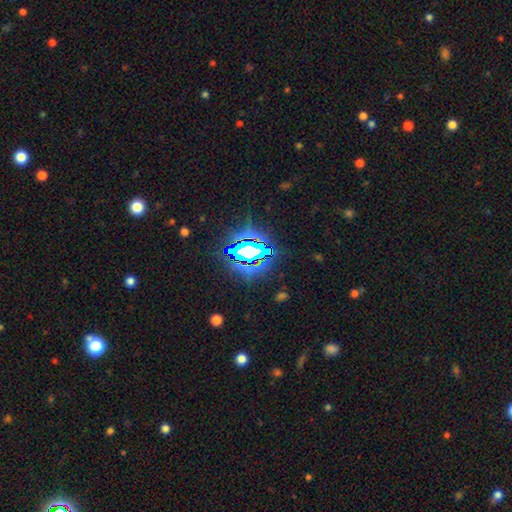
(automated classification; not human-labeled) star or artifact 83%, smooth 10%, featured or disk 7%.